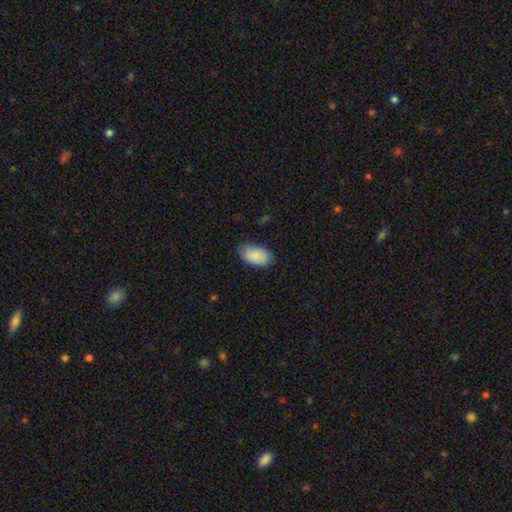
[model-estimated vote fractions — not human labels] Smooth or featured? Predicted: smooth (p=0.88). How rounded? Predicted: in between (p=0.94). Merging? Predicted: none (p=0.79).